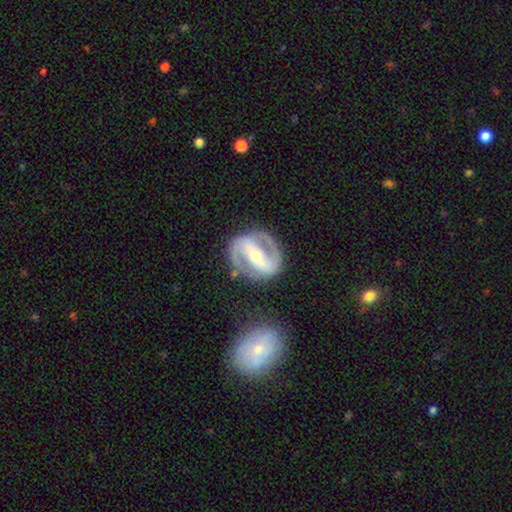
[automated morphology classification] Smooth or featured: featured or disk — 87% (smooth — 9%)
Edge-on disk: no — 96% (yes — 4%)
Bar: strong — 73% (weak — 17%)
Spiral arms: yes — 89% (no — 11%)
Spiral winding: medium — 49% (tight — 38%)
Spiral arm count: 2 — 91% (can't tell — 4%)
Bulge size: moderate — 53% (small — 42%)
Merging: none — 81% (minor disturbance — 11%)